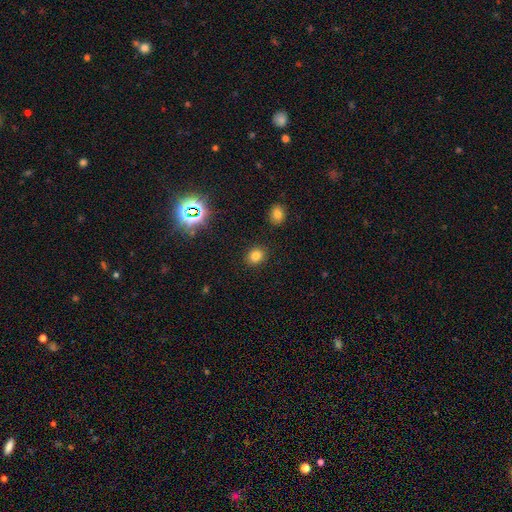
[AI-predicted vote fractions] Smooth or featured: smooth — 79% (star or artifact — 15%)
How rounded: round — 63% (in between — 36%)
Merging: none — 89% (minor disturbance — 7%)